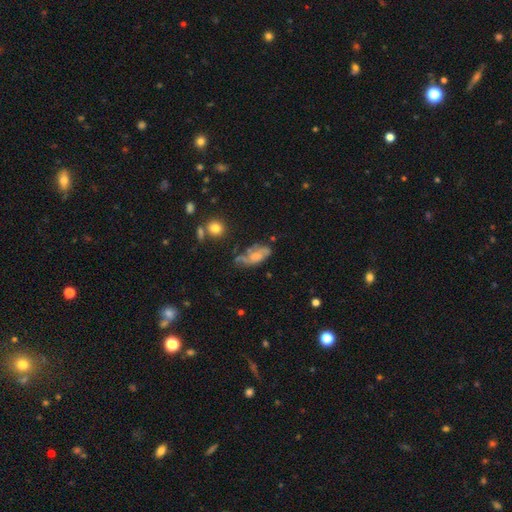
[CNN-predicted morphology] Q: Smooth or featured?
A: featured or disk (46%); runner-up: smooth (45%)
Q: Merging?
A: none (45%); runner-up: minor disturbance (31%)